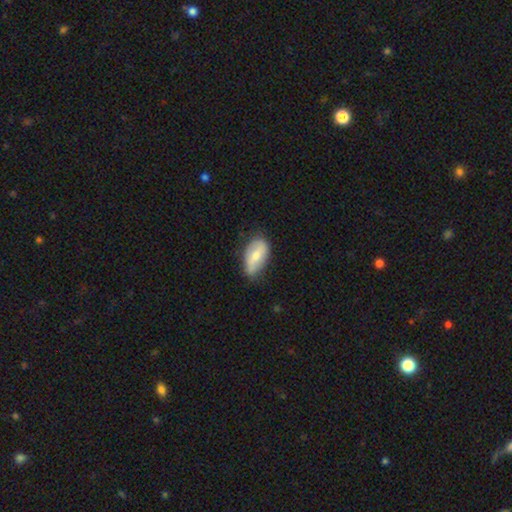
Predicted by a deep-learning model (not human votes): Q: Smooth or featured?
A: smooth (60%); runner-up: featured or disk (34%)
Q: How rounded?
A: in between (91%); runner-up: cigar-shaped (5%)
Q: Merging?
A: none (61%); runner-up: minor disturbance (31%)